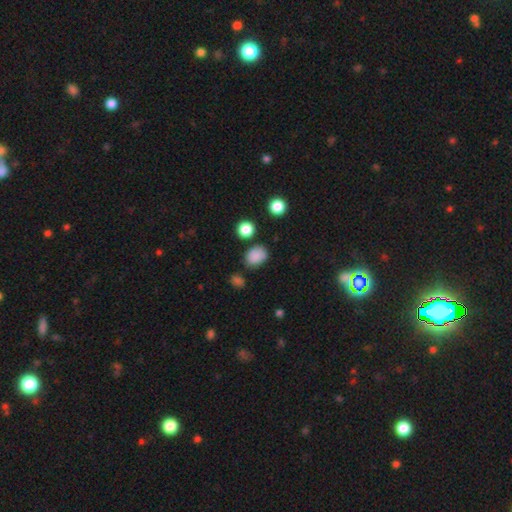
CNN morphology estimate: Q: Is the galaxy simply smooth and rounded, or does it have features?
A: smooth — 83%.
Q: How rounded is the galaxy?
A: in between — 59%.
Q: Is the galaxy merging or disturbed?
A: none — 70%.